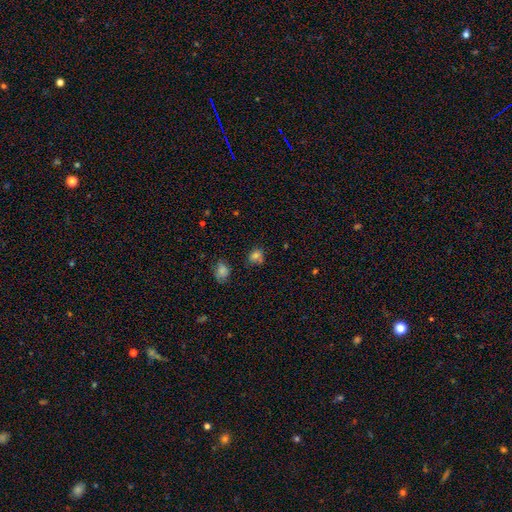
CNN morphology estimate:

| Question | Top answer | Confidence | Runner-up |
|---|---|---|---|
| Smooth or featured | smooth | 72% | star or artifact (19%) |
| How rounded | round | 66% | in between (32%) |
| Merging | none | 70% | minor disturbance (17%) |